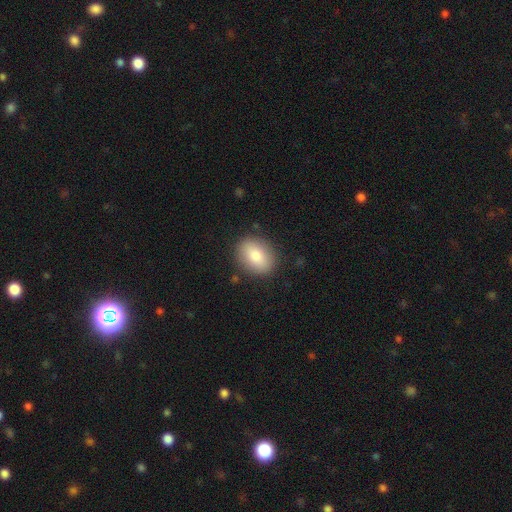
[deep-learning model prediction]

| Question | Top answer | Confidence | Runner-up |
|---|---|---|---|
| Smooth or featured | smooth | 80% | featured or disk (12%) |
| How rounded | in between | 67% | round (31%) |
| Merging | none | 87% | minor disturbance (9%) |